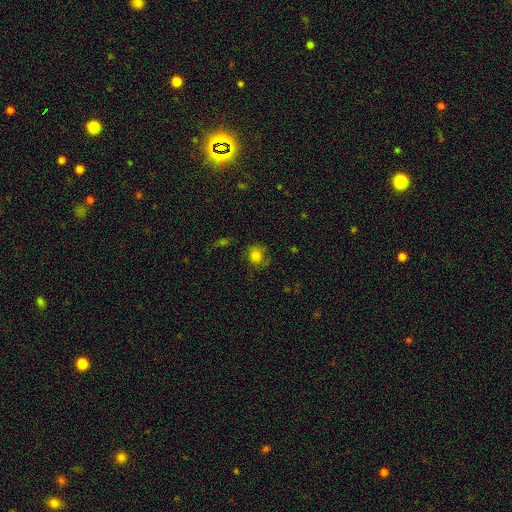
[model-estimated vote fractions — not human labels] A smooth galaxy with no disk features (76%) that is round (72%).

Vote fractions:
- Smooth or featured? smooth: 76% / star or artifact: 13% / featured or disk: 11%
- How rounded? round: 72% / in between: 27% / cigar-shaped: 1%
- Merging? none: 58% / minor disturbance: 24% / major disturbance: 15% / merger: 3%